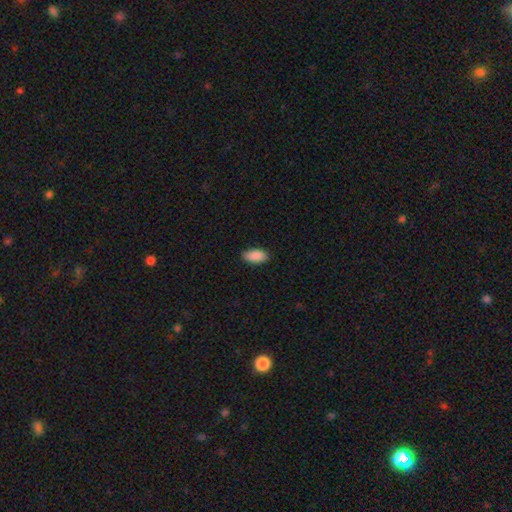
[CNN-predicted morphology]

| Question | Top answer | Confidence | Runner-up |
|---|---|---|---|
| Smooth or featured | smooth | 90% | star or artifact (6%) |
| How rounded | in between | 93% | cigar-shaped (5%) |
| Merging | none | 87% | minor disturbance (10%) |